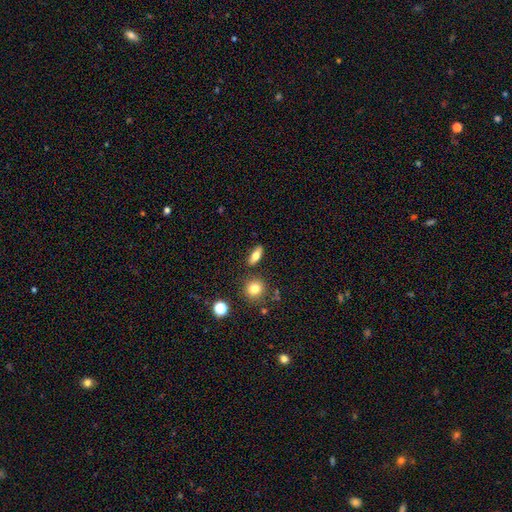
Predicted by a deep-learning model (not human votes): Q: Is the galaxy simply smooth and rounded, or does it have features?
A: smooth — 72%.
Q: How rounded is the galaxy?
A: in between — 73%.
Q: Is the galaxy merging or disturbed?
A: none — 84%.